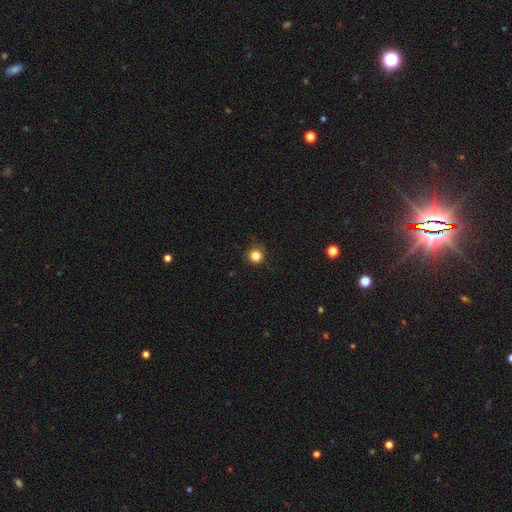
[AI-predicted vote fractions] smooth_or_featured: smooth (p=0.84) [alt: star or artifact p=0.12]
how_rounded: round (p=0.94) [alt: in between p=0.05]
merging: none (p=0.83) [alt: minor disturbance p=0.13]